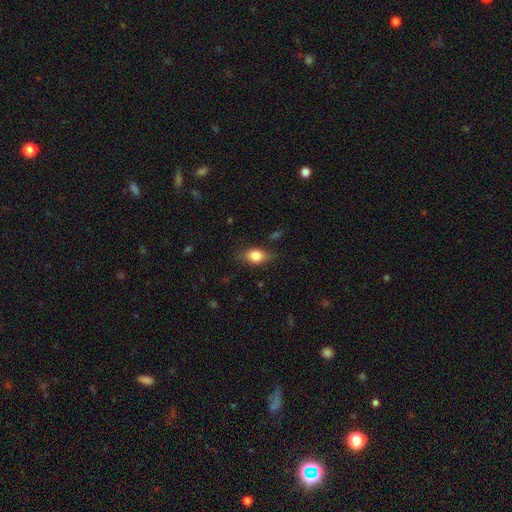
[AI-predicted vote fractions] The model was most divided on "smooth or featured": smooth: 73%, featured or disk: 19%, star or artifact: 8%. More confident: how rounded — in between (75%); merging — none (74%).